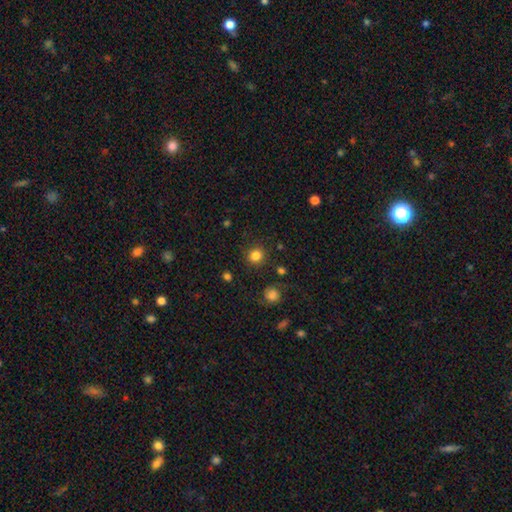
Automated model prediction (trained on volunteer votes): smooth-or-featured: smooth: 83% | star or artifact: 12% | featured or disk: 5%
  how-rounded: round: 89% | in between: 11% | cigar-shaped: 1%
  merging: none: 88% | minor disturbance: 7% | major disturbance: 3% | merger: 2%